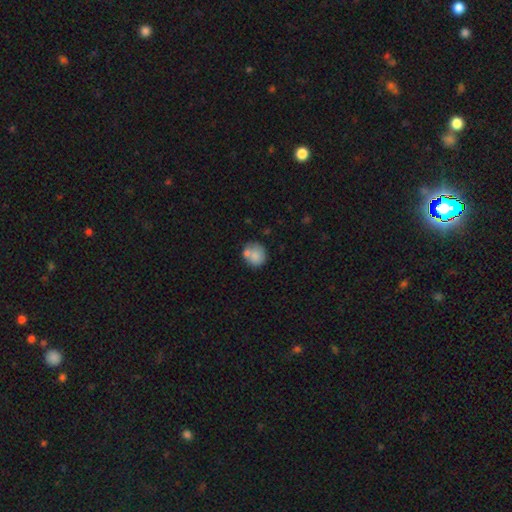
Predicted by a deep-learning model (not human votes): A smooth galaxy with no disk features (79%) that is round (82%). Merging: none (56%).